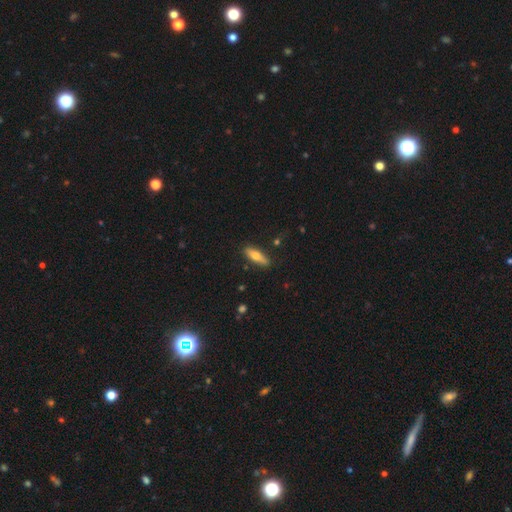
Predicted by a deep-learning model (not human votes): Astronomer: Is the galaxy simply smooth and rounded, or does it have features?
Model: smooth — 59% (runner-up: featured or disk, 35%).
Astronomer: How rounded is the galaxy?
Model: cigar-shaped — 57% (runner-up: in between, 41%).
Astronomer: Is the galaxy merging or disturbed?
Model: none — 86%.